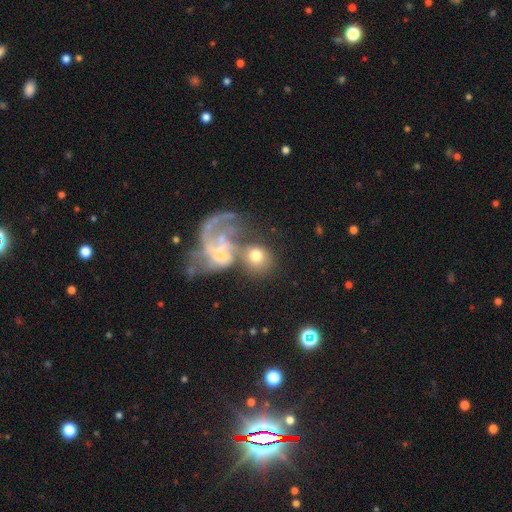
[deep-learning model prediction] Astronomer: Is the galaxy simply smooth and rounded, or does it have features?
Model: smooth — 58%.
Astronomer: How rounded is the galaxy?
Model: round — 72%.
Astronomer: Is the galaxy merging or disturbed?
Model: merger — 41% (runner-up: none, 30%).